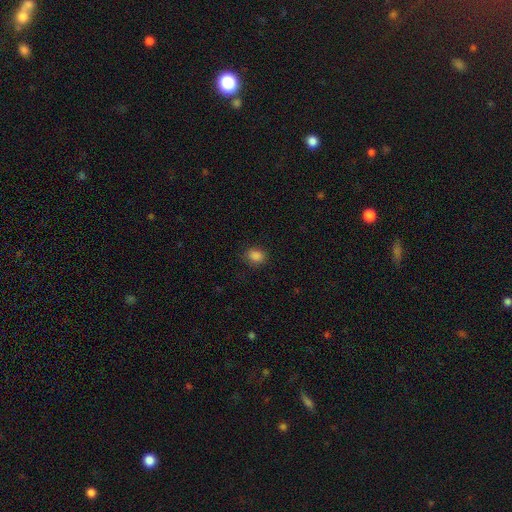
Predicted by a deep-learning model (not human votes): A smooth galaxy with no disk features (85%) that is round (52%).

Vote fractions:
- Smooth or featured? smooth: 85% / star or artifact: 11% / featured or disk: 3%
- How rounded? round: 52% / in between: 47% / cigar-shaped: 1%
- Merging? none: 82% / minor disturbance: 13% / major disturbance: 3% / merger: 1%